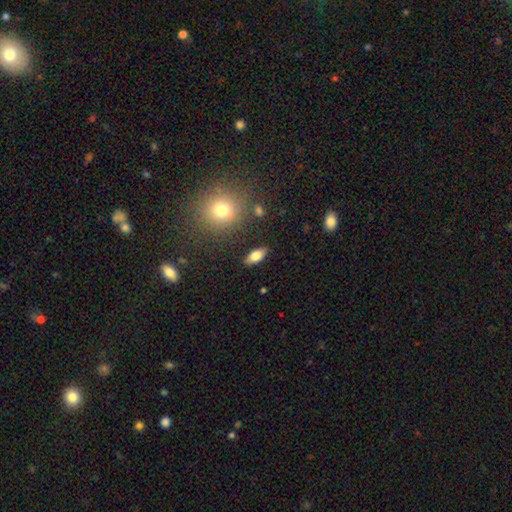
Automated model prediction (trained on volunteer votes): smooth_or_featured: smooth (p=0.77) [alt: featured or disk p=0.15]
how_rounded: in between (p=0.82) [alt: cigar-shaped p=0.15]
merging: none (p=0.87) [alt: minor disturbance p=0.09]